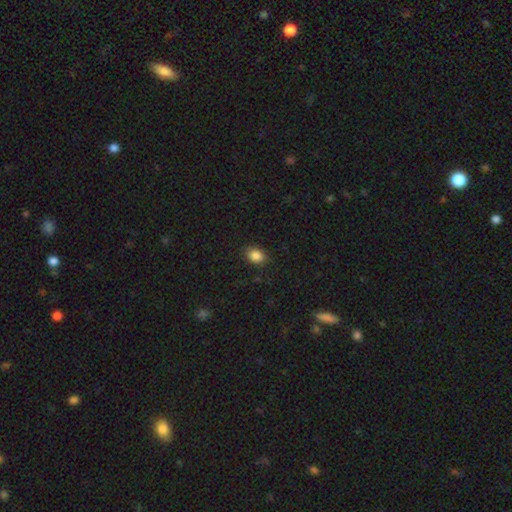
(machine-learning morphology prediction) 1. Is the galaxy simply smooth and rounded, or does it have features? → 86% smooth, 10% star or artifact, 4% featured or disk.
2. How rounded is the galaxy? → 69% in between, 30% round, 1% cigar-shaped.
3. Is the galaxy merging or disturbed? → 86% none, 11% minor disturbance, 3% major disturbance, 1% merger.